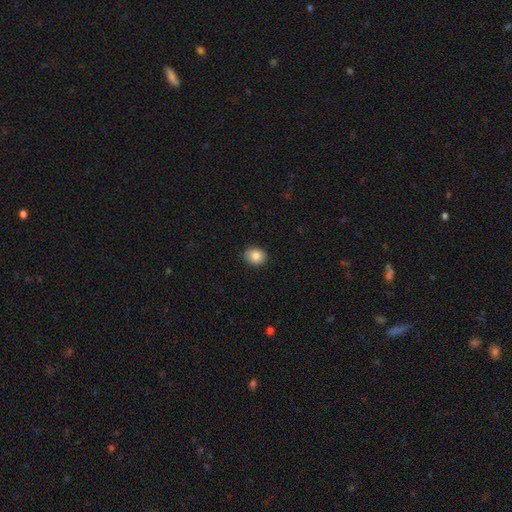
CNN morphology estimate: smooth_or_featured: smooth (p=0.86) [alt: star or artifact p=0.09]
how_rounded: round (p=0.63) [alt: in between p=0.36]
merging: none (p=0.89) [alt: minor disturbance p=0.08]